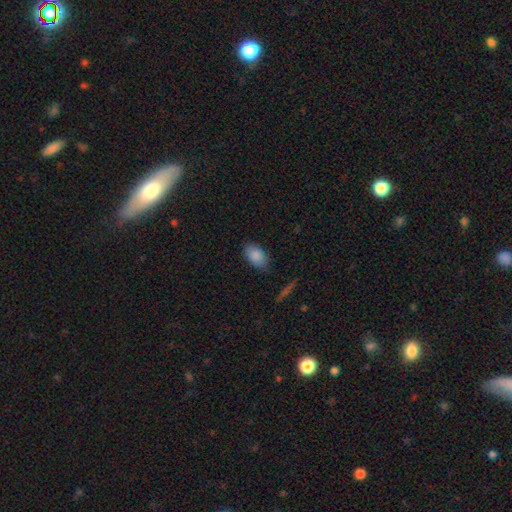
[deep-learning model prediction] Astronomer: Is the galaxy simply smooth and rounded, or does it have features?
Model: smooth — 88%.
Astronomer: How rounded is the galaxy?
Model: in between — 92%.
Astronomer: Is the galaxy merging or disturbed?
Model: none — 83%.